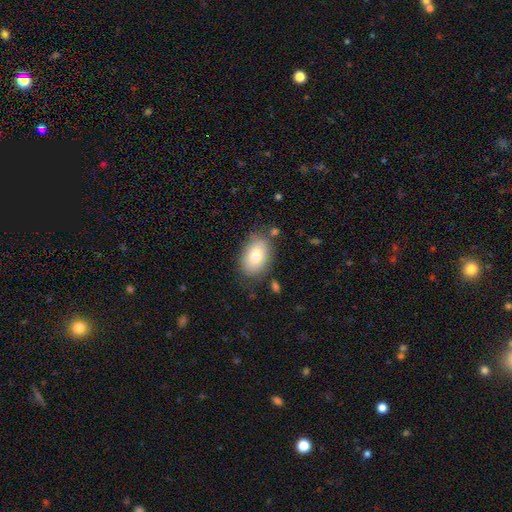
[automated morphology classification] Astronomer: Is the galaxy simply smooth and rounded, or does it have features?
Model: smooth — 78%.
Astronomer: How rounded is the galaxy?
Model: in between — 88%.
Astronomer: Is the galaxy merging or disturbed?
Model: none — 76%.